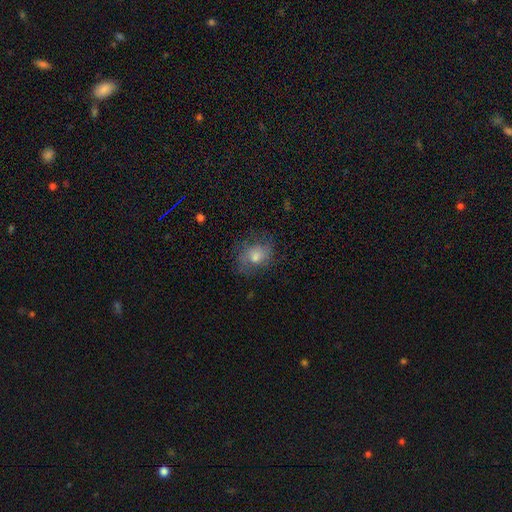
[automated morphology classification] Smooth or featured?
  - smooth: 58% *
  - featured or disk: 29%
  - star or artifact: 13%
How rounded?
  - round: 53% *
  - in between: 46%
  - cigar-shaped: 1%
Merging?
  - none: 66% *
  - minor disturbance: 21%
  - major disturbance: 12%
  - merger: 1%